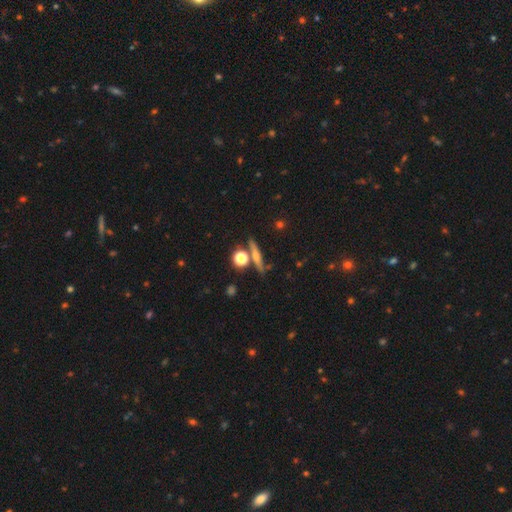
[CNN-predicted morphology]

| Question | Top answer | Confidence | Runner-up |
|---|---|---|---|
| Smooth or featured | featured or disk | 49% | smooth (39%) |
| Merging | none | 77% | minor disturbance (10%) |